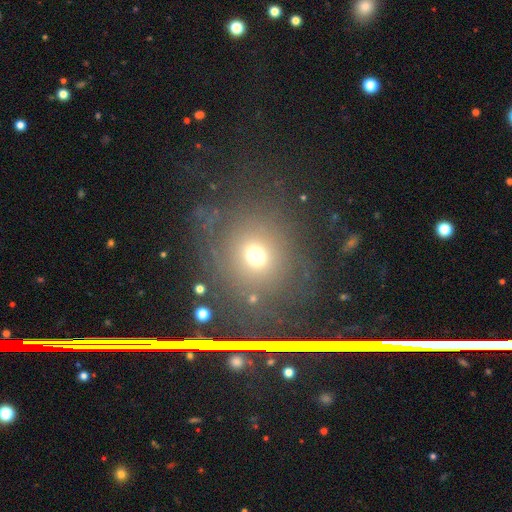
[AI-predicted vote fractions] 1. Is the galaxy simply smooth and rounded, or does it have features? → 60% smooth, 23% star or artifact, 17% featured or disk.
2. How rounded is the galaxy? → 81% round, 18% in between, 1% cigar-shaped.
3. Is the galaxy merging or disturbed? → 71% none, 13% major disturbance, 13% minor disturbance, 4% merger.